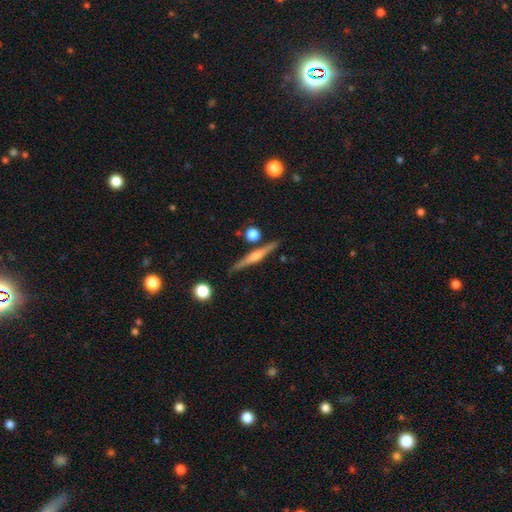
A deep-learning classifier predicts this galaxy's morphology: Smooth or featured? Predicted: featured or disk (p=0.74). Edge-on disk? Predicted: yes (p=0.98). Edge-on bulge? Predicted: rounded (p=0.80). Merging? Predicted: none (p=0.89).